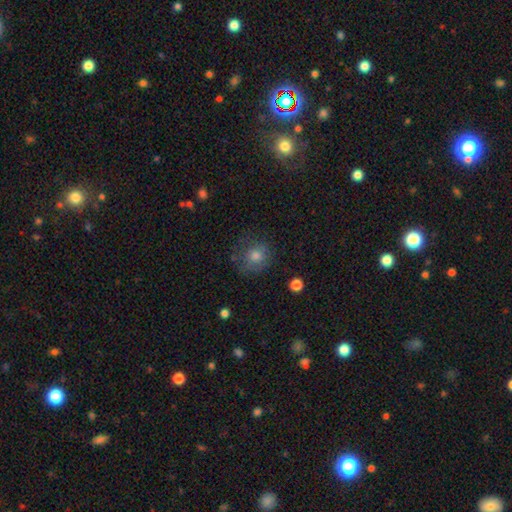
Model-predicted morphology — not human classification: The model was most divided on "smooth or featured": smooth: 69%, featured or disk: 18%, star or artifact: 14%. More confident: how rounded — round (85%); merging — none (70%).